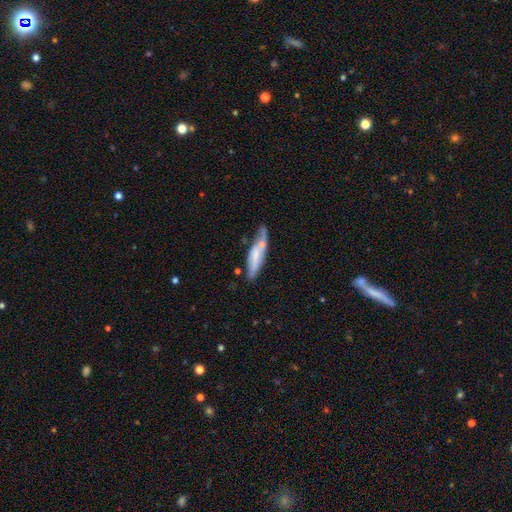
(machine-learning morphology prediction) Q: Smooth or featured?
A: smooth (50%); runner-up: featured or disk (43%)
Q: How rounded?
A: cigar-shaped (67%); runner-up: in between (31%)
Q: Merging?
A: none (45%); runner-up: minor disturbance (27%)